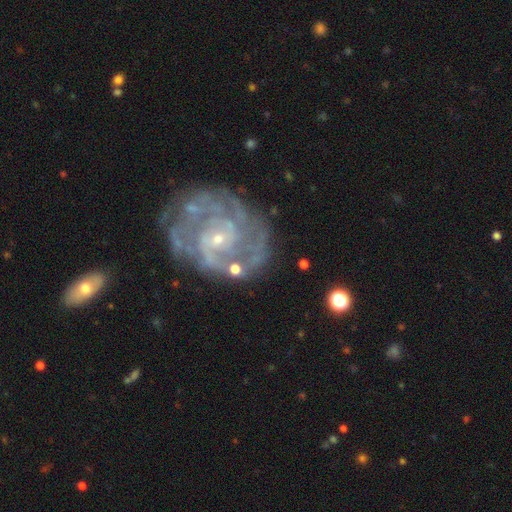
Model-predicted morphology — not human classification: smooth_or_featured: featured or disk (p=0.88) [alt: star or artifact p=0.07]
disk_edge_on: no (p=0.98) [alt: yes p=0.02]
bar: no (p=0.62) [alt: weak p=0.30]
has_spiral_arms: yes (p=0.95) [alt: no p=0.05]
spiral_winding: tight (p=0.60) [alt: medium p=0.33]
spiral_arm_count: can't tell (p=0.28) [alt: 2 p=0.24]
bulge_size: small (p=0.82) [alt: moderate p=0.14]
merging: none (p=0.69) [alt: minor disturbance p=0.18]